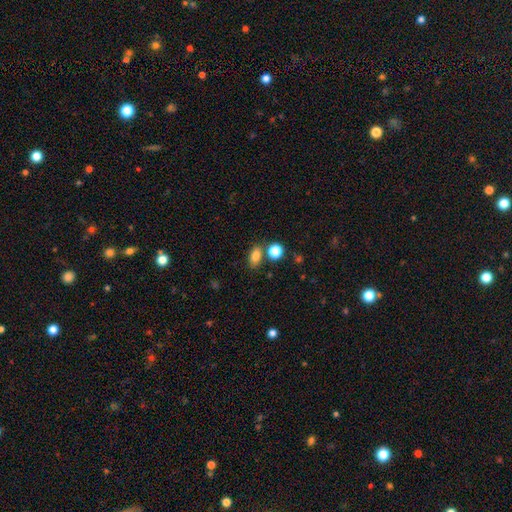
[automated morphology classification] smooth 81%, star or artifact 12%, featured or disk 7%. Down the decision tree: how rounded — in between (80%); merging — none (72%).